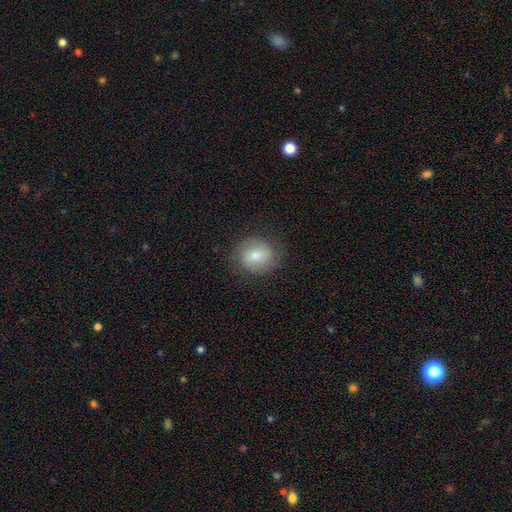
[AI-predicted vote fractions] smooth_or_featured: smooth (p=0.61) [alt: featured or disk p=0.31]
how_rounded: round (p=0.65) [alt: in between p=0.34]
merging: none (p=0.77) [alt: minor disturbance p=0.16]